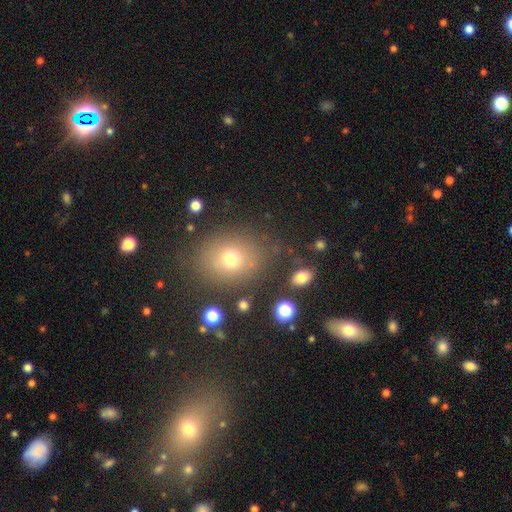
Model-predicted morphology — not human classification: smooth 57%, star or artifact 27%, featured or disk 16%. Down the decision tree: how rounded — in between (54%); merging — none (81%).